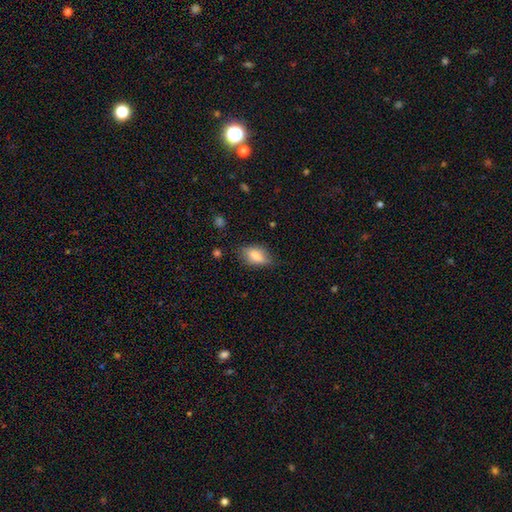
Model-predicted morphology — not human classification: Smooth or featured: smooth — 67% (featured or disk — 24%)
How rounded: in between — 81% (cigar-shaped — 13%)
Merging: none — 69% (minor disturbance — 23%)